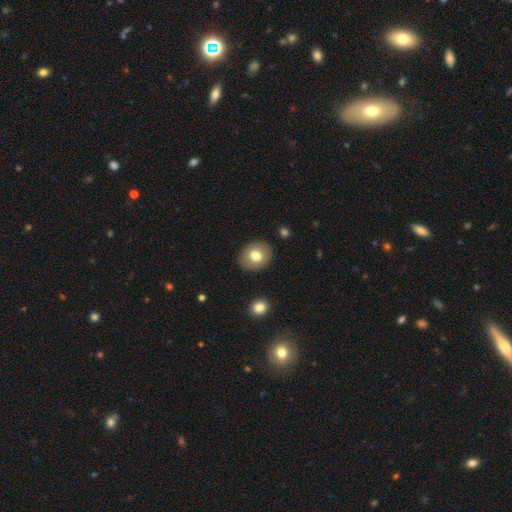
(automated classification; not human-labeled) Smooth or featured: smooth — 76% (featured or disk — 15%)
How rounded: round — 62% (in between — 37%)
Merging: none — 88% (minor disturbance — 8%)